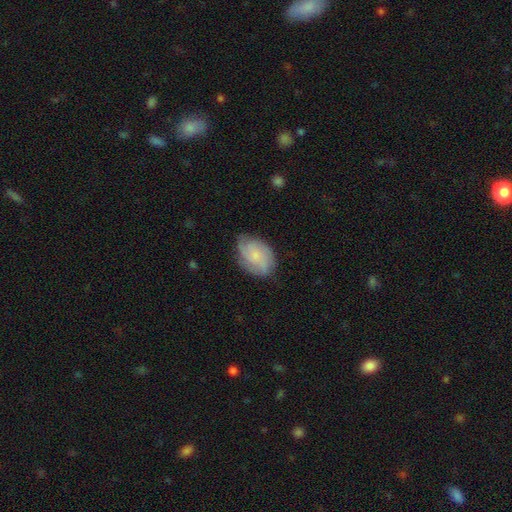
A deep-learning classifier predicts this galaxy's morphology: The model was most divided on "smooth or featured" (2-way tie): featured or disk: 46%, smooth: 46%, star or artifact: 8%. More confident: merging — none (70%).